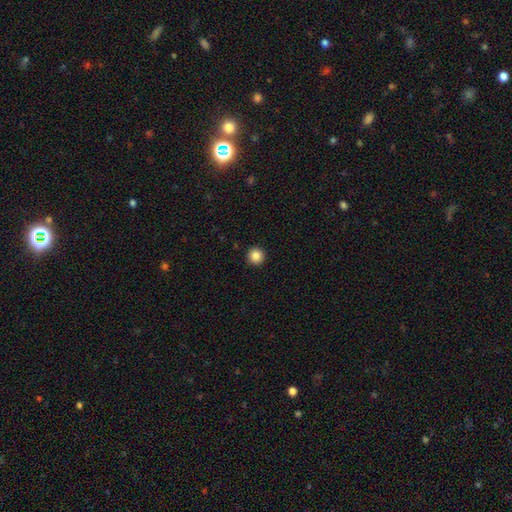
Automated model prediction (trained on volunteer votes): smooth-or-featured: smooth: 86% | star or artifact: 10% | featured or disk: 4%
  how-rounded: round: 96% | in between: 3% | cigar-shaped: 1%
  merging: none: 94% | minor disturbance: 4% | major disturbance: 1% | merger: 1%